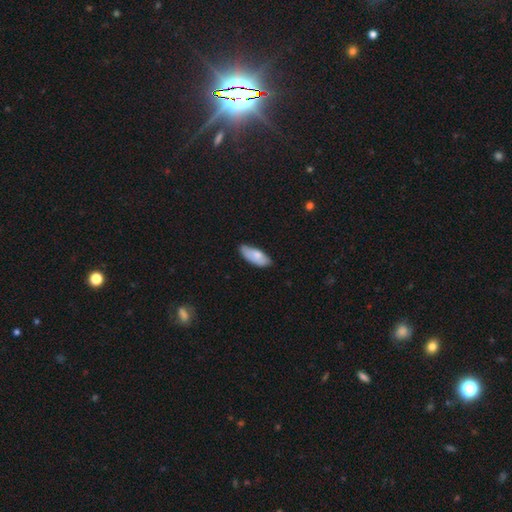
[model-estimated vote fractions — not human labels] The model was most divided on "merging": none: 72%, minor disturbance: 24%, major disturbance: 3%, merger: 1%. More confident: how rounded — in between (82%); smooth or featured — smooth (78%).